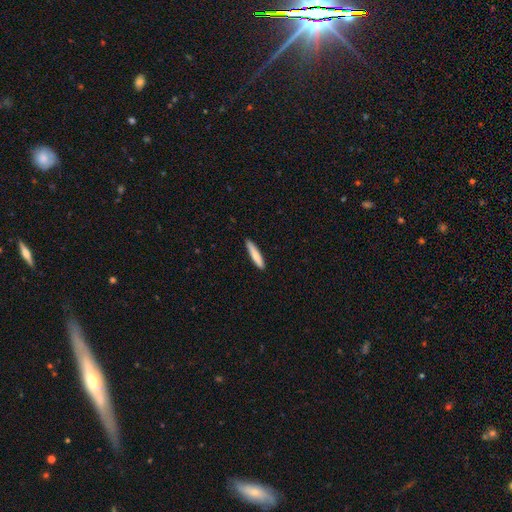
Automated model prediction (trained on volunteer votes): smooth_or_featured: smooth (p=0.79) [alt: featured or disk p=0.16]
how_rounded: cigar-shaped (p=0.90) [alt: in between p=0.08]
merging: none (p=0.89) [alt: minor disturbance p=0.08]